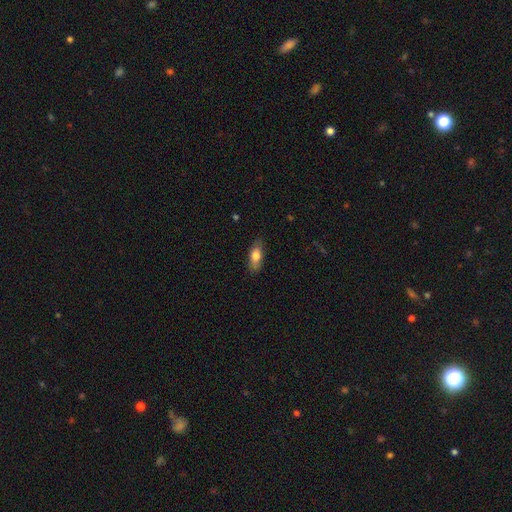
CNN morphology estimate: A smooth galaxy with no disk features (75%) that is in between round and cigar-shaped (77%). Merging: none (80%).